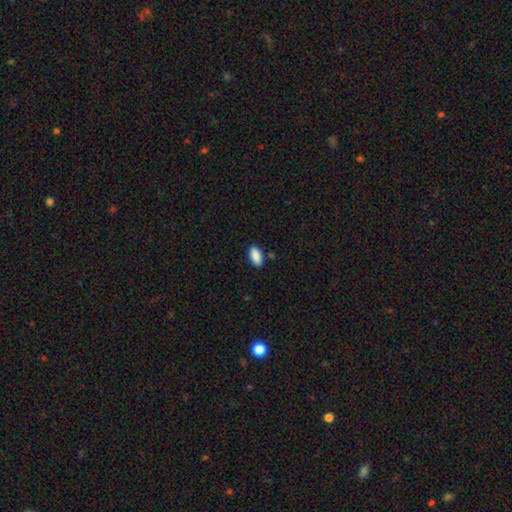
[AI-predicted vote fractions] Morphology: type=smooth (89%); roundness=in between (93%); merging=none (86%).